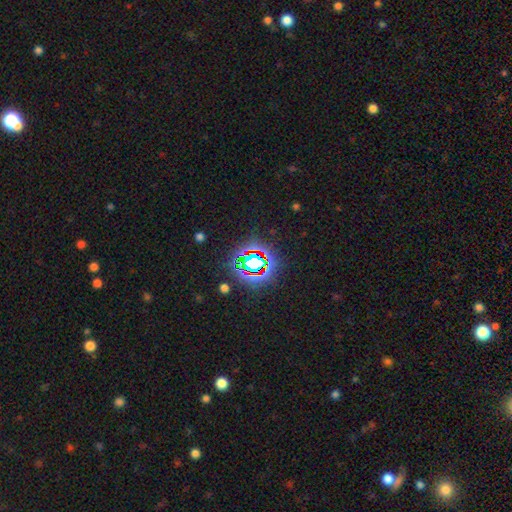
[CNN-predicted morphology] This is likely a star or artifact rather than a galaxy (77%).